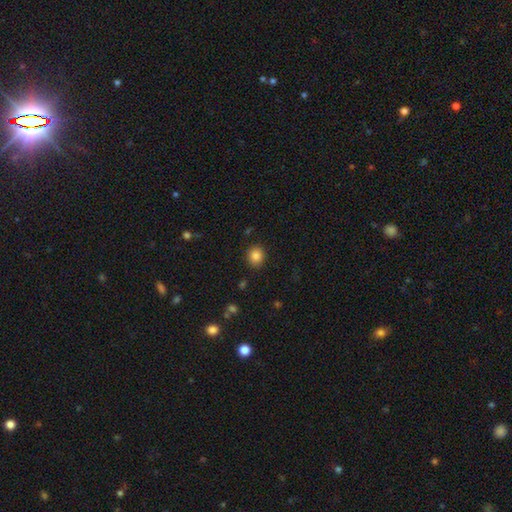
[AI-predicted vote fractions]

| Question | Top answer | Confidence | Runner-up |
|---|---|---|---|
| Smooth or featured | smooth | 86% | star or artifact (10%) |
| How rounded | round | 78% | in between (21%) |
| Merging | none | 88% | minor disturbance (8%) |